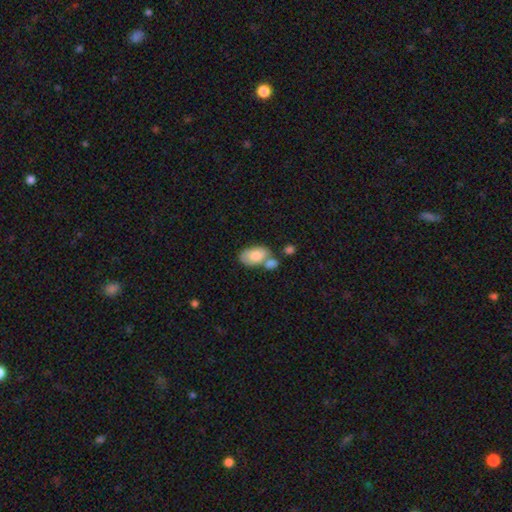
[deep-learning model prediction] A smooth galaxy with no disk features (78%) that is in between round and cigar-shaped (93%). Merging: none (42%).